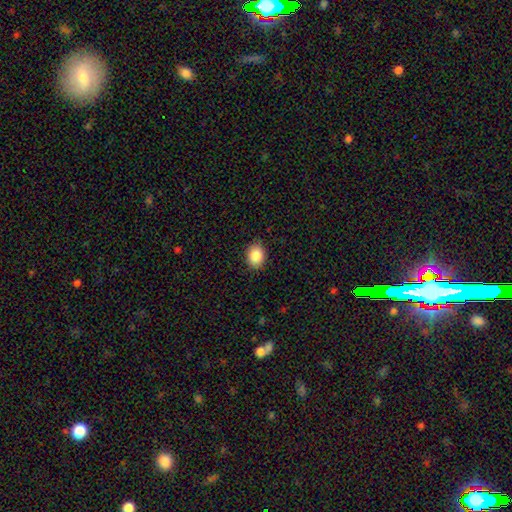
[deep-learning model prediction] smooth-or-featured: smooth: 87% | star or artifact: 8% | featured or disk: 5%
  how-rounded: in between: 59% | round: 40% | cigar-shaped: 1%
  merging: none: 88% | minor disturbance: 9% | major disturbance: 2% | merger: 1%